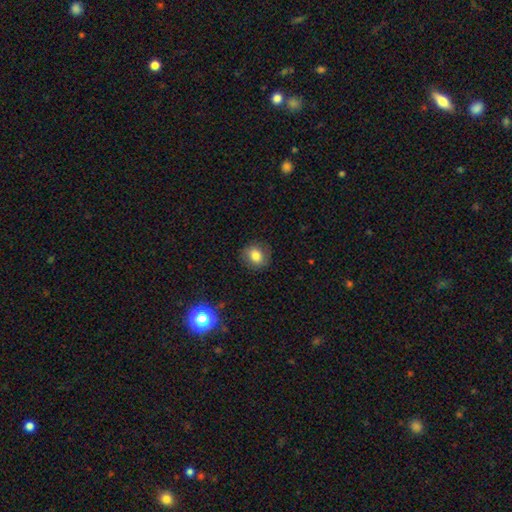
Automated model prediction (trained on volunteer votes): Smooth or featured? Predicted: smooth (p=0.79). How rounded? Predicted: round (p=0.70). Merging? Predicted: none (p=0.85).